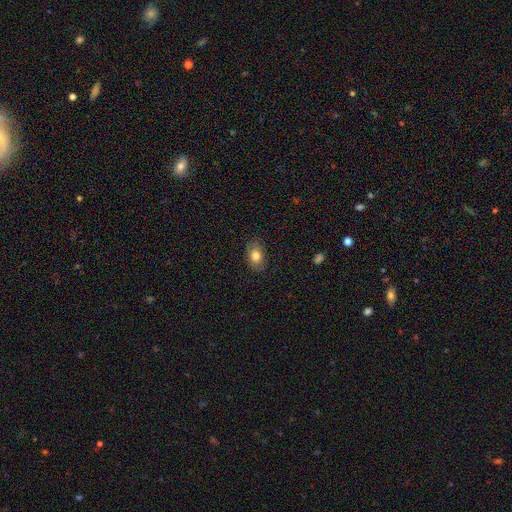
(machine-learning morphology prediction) Smooth or featured: smooth — 79% (featured or disk — 13%)
How rounded: in between — 82% (round — 16%)
Merging: none — 82% (minor disturbance — 14%)